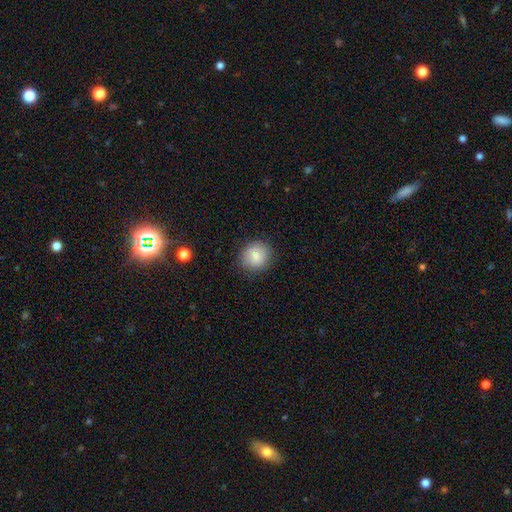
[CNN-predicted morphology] A smooth galaxy with no disk features (82%) that is round (80%).

Vote fractions:
- Smooth or featured? smooth: 82% / featured or disk: 9% / star or artifact: 9%
- How rounded? round: 80% / in between: 19% / cigar-shaped: 1%
- Merging? none: 85% / minor disturbance: 11% / major disturbance: 3% / merger: 2%